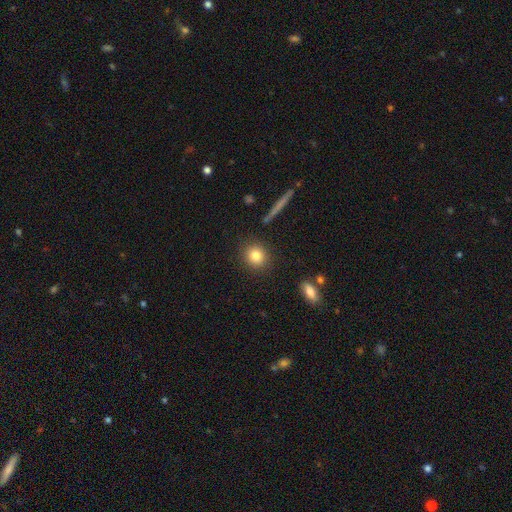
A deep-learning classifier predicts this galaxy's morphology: Overall: smooth (82%). How rounded: round (87%). Merging: none (90%).